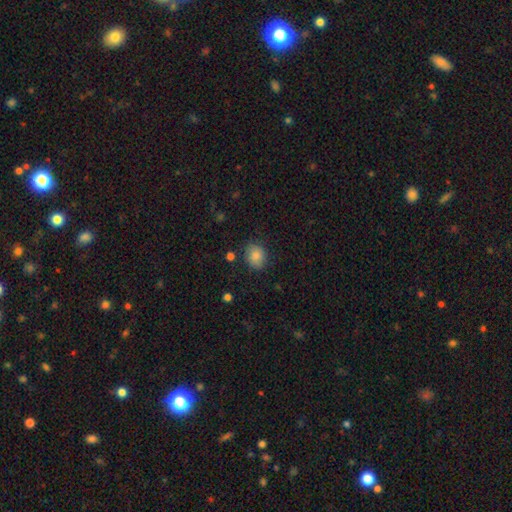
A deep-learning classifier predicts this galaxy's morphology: Smooth or featured: smooth — 85% (star or artifact — 9%)
How rounded: round — 57% (in between — 42%)
Merging: none — 84% (minor disturbance — 12%)